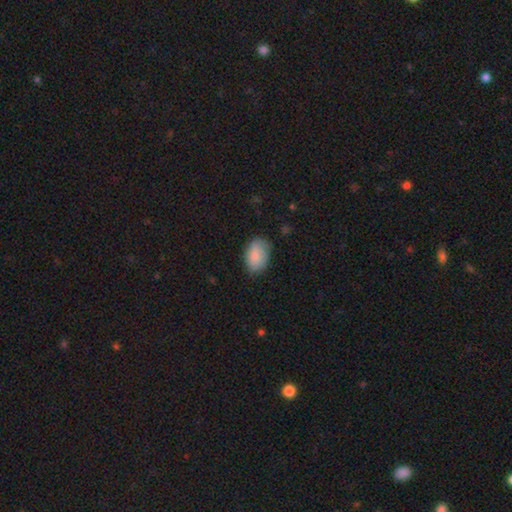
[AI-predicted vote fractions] smooth 86%, featured or disk 8%, star or artifact 6%. Down the decision tree: how rounded — in between (88%); merging — none (73%).